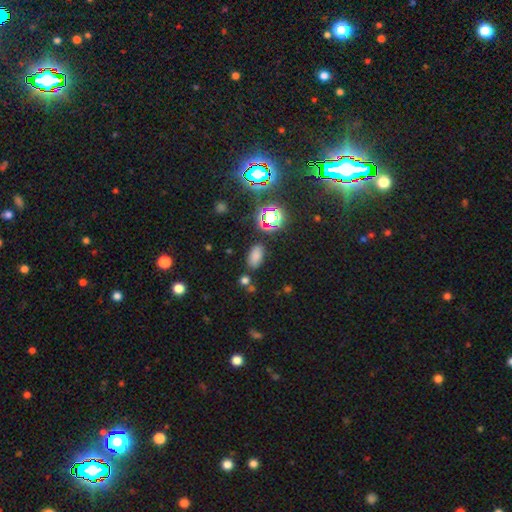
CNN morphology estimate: smooth-or-featured: smooth: 72% | star or artifact: 22% | featured or disk: 6%
  how-rounded: in between: 90% | round: 6% | cigar-shaped: 4%
  merging: none: 81% | minor disturbance: 10% | merger: 5% | major disturbance: 3%